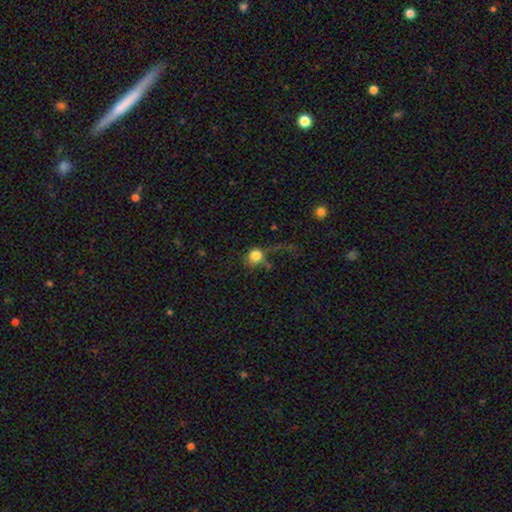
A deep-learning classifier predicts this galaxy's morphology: Smooth or featured? Predicted: smooth (p=0.79). How rounded? Predicted: round (p=0.79). Merging? Predicted: major disturbance (p=0.38).